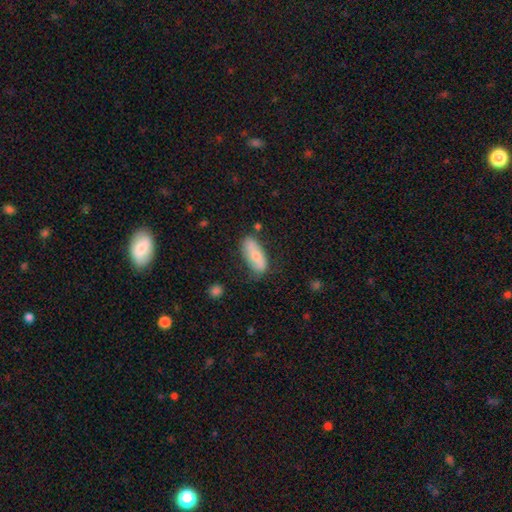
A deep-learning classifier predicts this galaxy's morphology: Smooth or featured?
  - smooth: 65% *
  - featured or disk: 29%
  - star or artifact: 6%
How rounded?
  - in between: 75% *
  - cigar-shaped: 22%
  - round: 3%
Merging?
  - none: 69% *
  - minor disturbance: 22%
  - major disturbance: 5%
  - merger: 4%